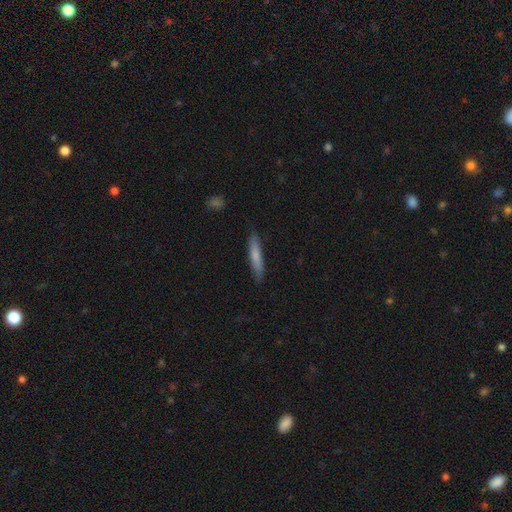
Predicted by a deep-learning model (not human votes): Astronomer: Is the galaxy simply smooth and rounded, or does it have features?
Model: smooth — 73%.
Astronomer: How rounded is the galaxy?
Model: cigar-shaped — 91%.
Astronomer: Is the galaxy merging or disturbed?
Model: none — 87%.